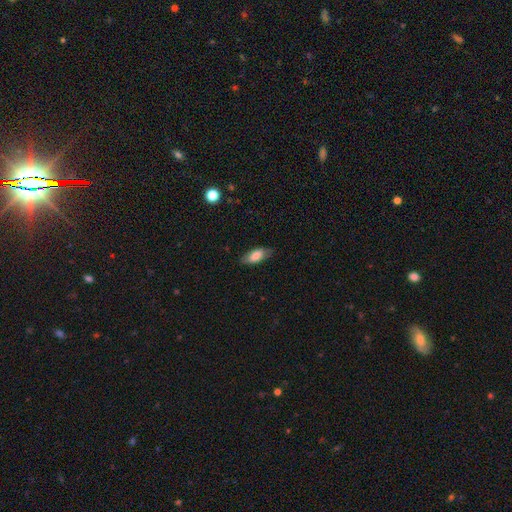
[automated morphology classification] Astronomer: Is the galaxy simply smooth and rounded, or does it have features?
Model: smooth — 76%.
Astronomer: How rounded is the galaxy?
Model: in between — 82%.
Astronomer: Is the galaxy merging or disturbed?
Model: none — 79%.